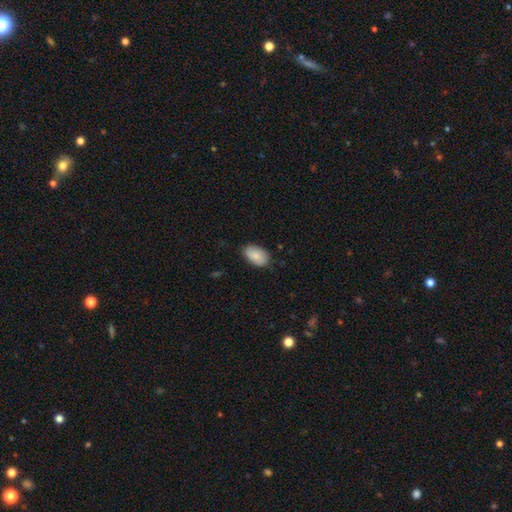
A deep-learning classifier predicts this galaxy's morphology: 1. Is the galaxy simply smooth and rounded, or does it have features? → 87% smooth, 7% featured or disk, 6% star or artifact.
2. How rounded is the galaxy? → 94% in between, 5% round, 1% cigar-shaped.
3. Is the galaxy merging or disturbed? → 82% none, 14% minor disturbance, 2% major disturbance, 1% merger.